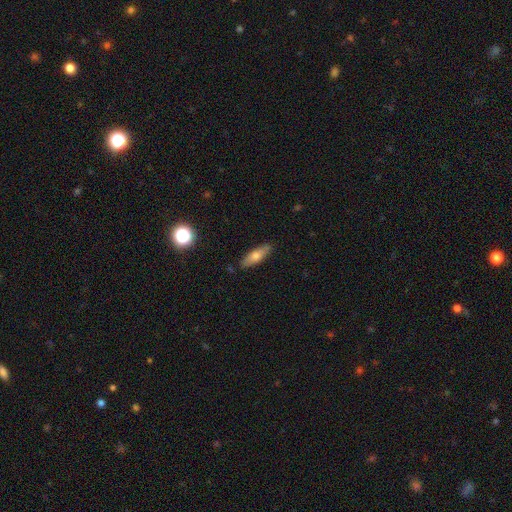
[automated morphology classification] Smooth or featured? smooth (64%)
How rounded? cigar-shaped (51%)
Merging? none (86%)